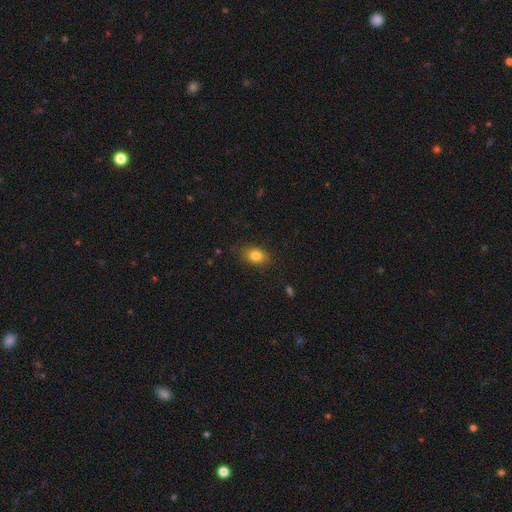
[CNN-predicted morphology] type=smooth (82%); roundness=in between (75%); merging=none (83%).